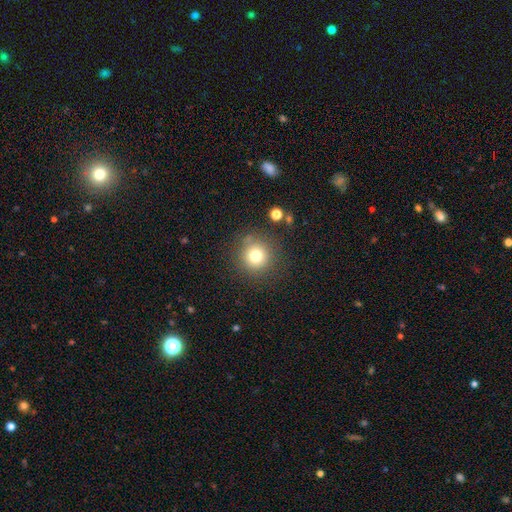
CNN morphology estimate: smooth_or_featured: smooth (p=0.77) [alt: star or artifact p=0.14]
how_rounded: round (p=0.94) [alt: in between p=0.05]
merging: none (p=0.82) [alt: minor disturbance p=0.10]